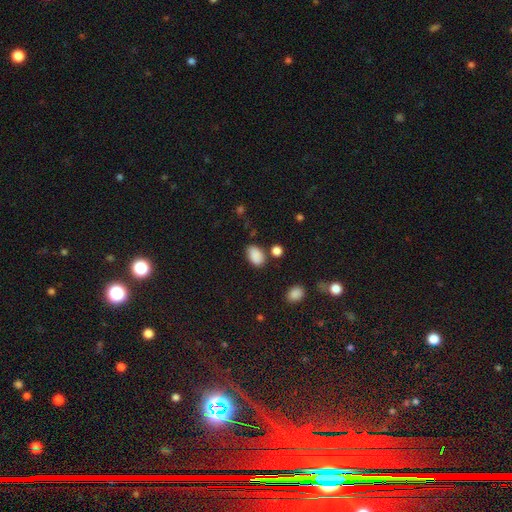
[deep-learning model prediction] This appears to be a smooth galaxy with no disk features (87%) that is in between round and cigar-shaped (88%). Merging: none (74%).